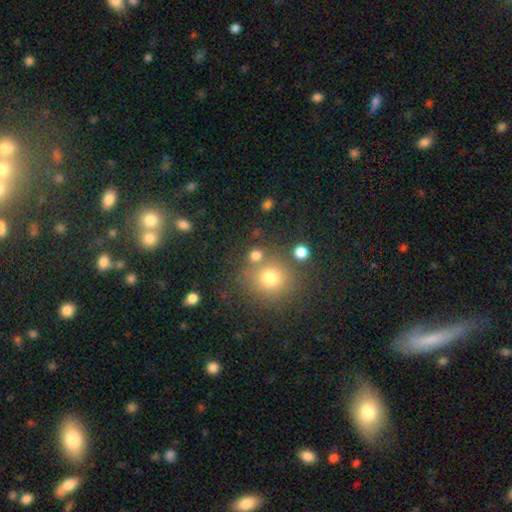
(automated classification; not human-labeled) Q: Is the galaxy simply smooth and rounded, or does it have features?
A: smooth — 74%.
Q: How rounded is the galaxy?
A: round — 83%.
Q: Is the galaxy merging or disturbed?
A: none — 70%.